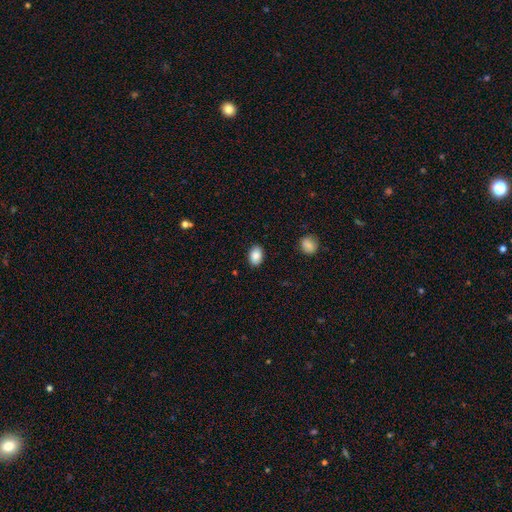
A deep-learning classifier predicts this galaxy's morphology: This appears to be a smooth galaxy with no disk features (87%) that is in between round and cigar-shaped (83%). Merging: none (88%).